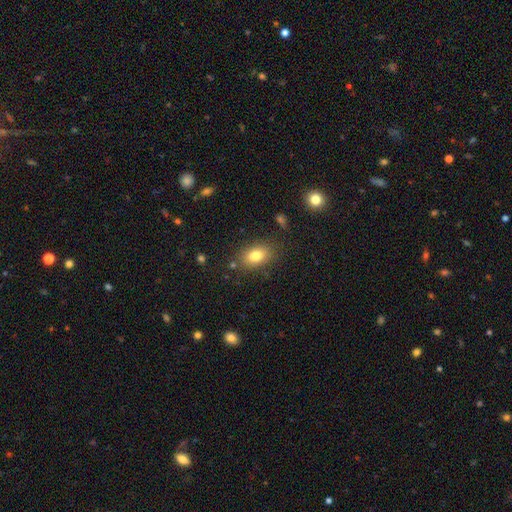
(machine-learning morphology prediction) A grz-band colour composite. It shows a smooth galaxy with no disk features (79%) that is in between round and cigar-shaped (81%). Merging: none (81%).